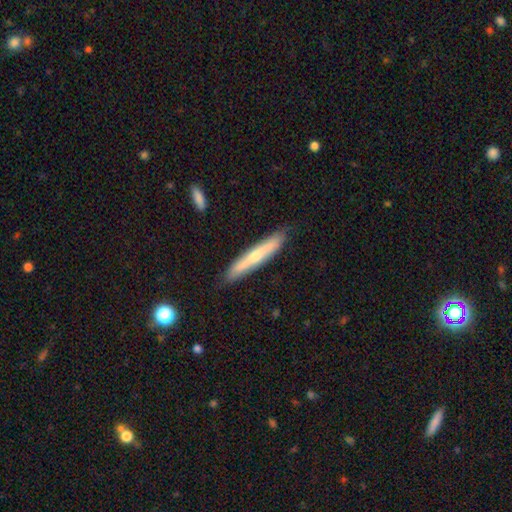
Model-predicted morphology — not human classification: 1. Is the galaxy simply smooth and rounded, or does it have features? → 51% smooth, 43% featured or disk, 6% star or artifact.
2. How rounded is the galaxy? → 93% cigar-shaped, 6% in between, 1% round.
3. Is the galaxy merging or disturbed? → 85% none, 12% minor disturbance, 2% major disturbance, 1% merger.